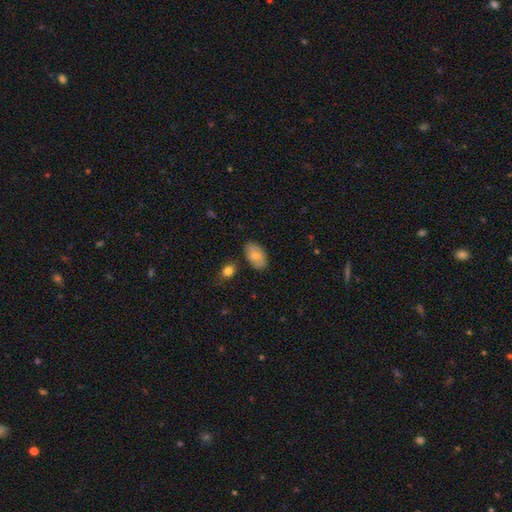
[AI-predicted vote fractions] smooth_or_featured: smooth (p=0.80) [alt: featured or disk p=0.14]
how_rounded: in between (p=0.94) [alt: round p=0.05]
merging: none (p=0.80) [alt: minor disturbance p=0.13]